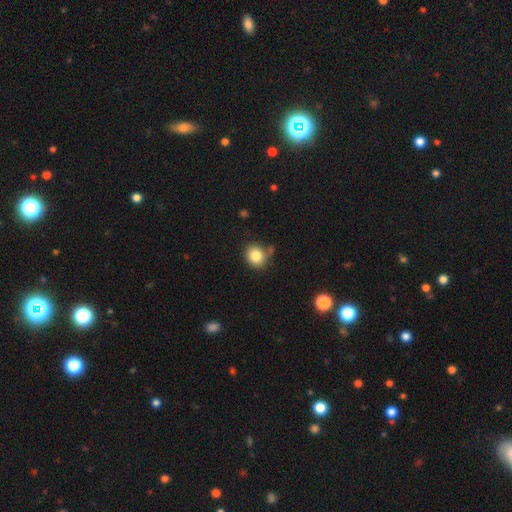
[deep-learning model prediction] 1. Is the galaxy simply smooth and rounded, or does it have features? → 83% smooth, 10% star or artifact, 7% featured or disk.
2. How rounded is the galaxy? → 80% round, 19% in between, 1% cigar-shaped.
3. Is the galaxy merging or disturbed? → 74% none, 15% minor disturbance, 7% merger, 4% major disturbance.